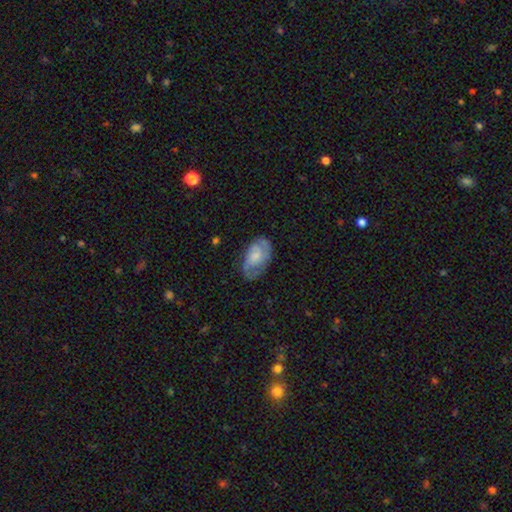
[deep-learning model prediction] This appears to be a featured or disk galaxy (59%) with no bar (66%), spiral arms (84%) and a small central bulge (36%). Merging: none (65%).